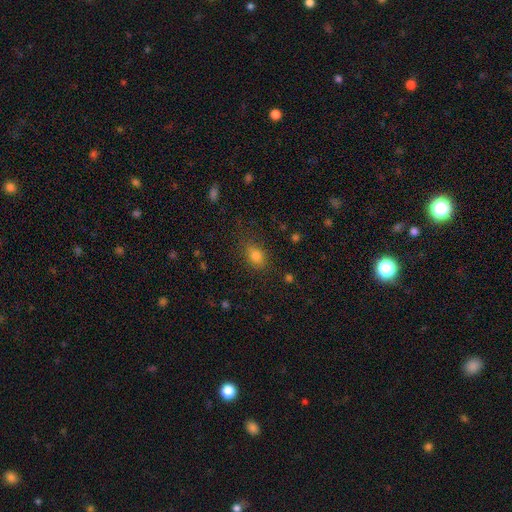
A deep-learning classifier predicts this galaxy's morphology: Overall: smooth (79%). How rounded: in between (68%; round 30%). Merging: none (78%).